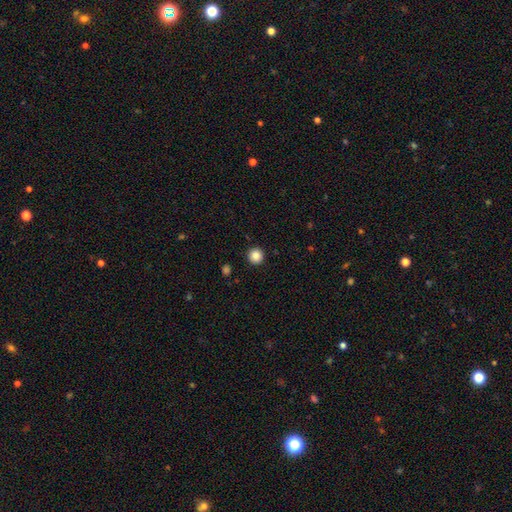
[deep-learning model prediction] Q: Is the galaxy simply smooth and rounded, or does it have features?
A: smooth — 86%.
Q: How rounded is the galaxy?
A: round — 96%.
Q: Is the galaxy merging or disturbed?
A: none — 93%.